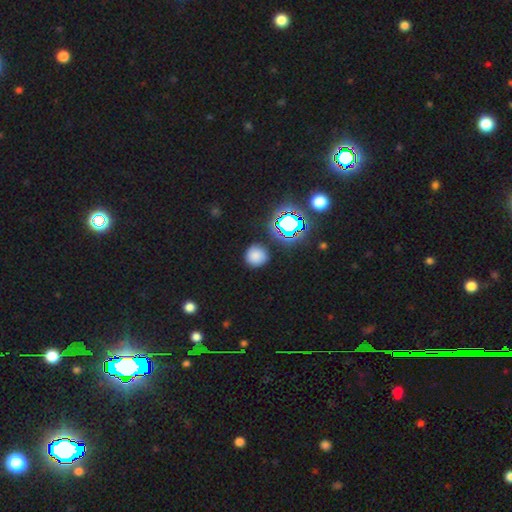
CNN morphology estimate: Smooth or featured: smooth — 74% (star or artifact — 19%)
How rounded: round — 92% (in between — 7%)
Merging: none — 85% (minor disturbance — 10%)